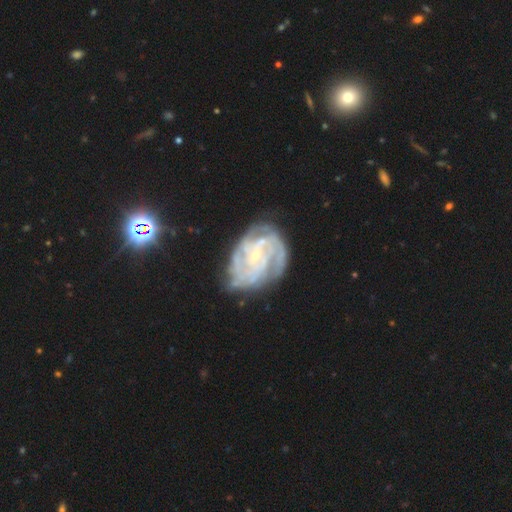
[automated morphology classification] Smooth or featured? featured or disk (85%)
Edge-on disk? no (97%)
Bar? no (55%)
Spiral arms? yes (93%)
Spiral winding? tight (64%)
Spiral arm count? can't tell (35%)
Bulge size? small (80%)
Merging? none (64%)